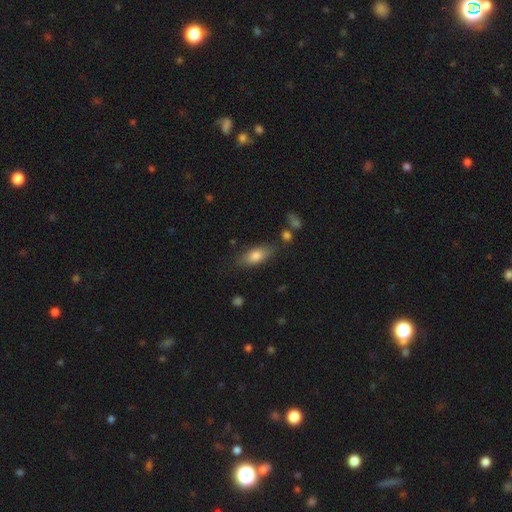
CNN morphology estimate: This appears to be a smooth galaxy with no disk features (76%) that is in between round and cigar-shaped (80%). Merging: none (77%).